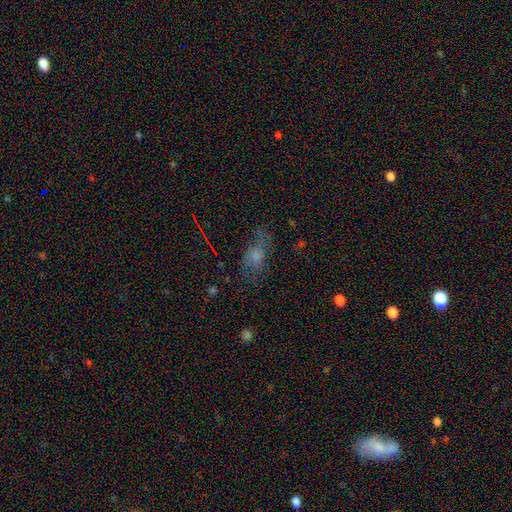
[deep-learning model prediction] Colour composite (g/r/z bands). It shows a smooth galaxy with no disk features (47%). Merging: none (50%).